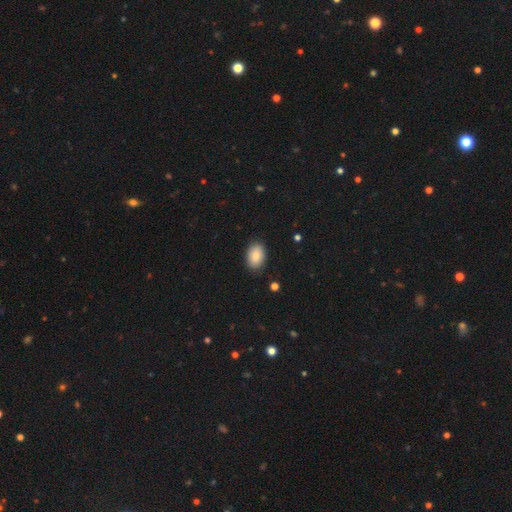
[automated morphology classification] smooth 86%, featured or disk 7%, star or artifact 7%. Down the decision tree: how rounded — in between (87%); merging — none (87%).